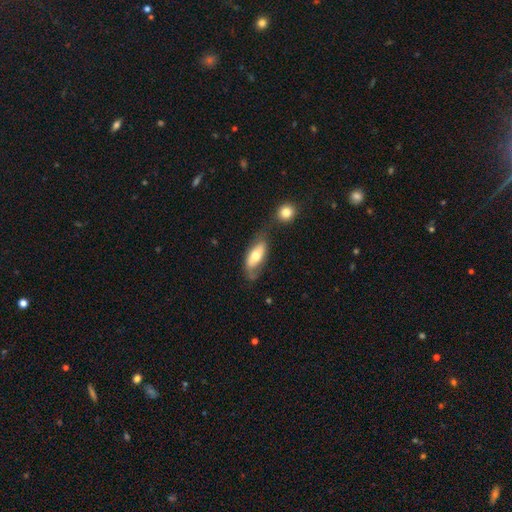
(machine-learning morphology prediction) smooth-or-featured: smooth: 56% | featured or disk: 38% | star or artifact: 6%
  how-rounded: in between: 80% | cigar-shaped: 17% | round: 3%
  merging: none: 46% | minor disturbance: 27% | merger: 14% | major disturbance: 13%